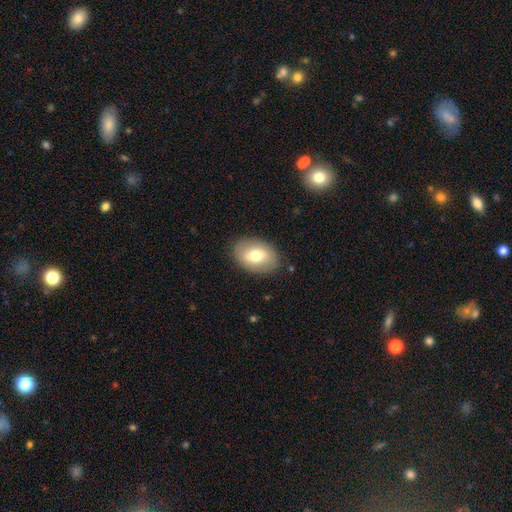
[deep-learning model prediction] smooth_or_featured: smooth (p=0.66) [alt: featured or disk p=0.26]
how_rounded: in between (p=0.81) [alt: round p=0.18]
merging: none (p=0.85) [alt: minor disturbance p=0.11]